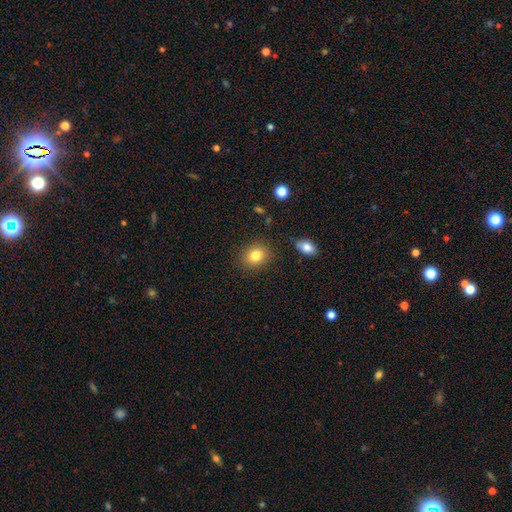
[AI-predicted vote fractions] Smooth or featured? smooth (82%)
How rounded? round (66%)
Merging? none (86%)